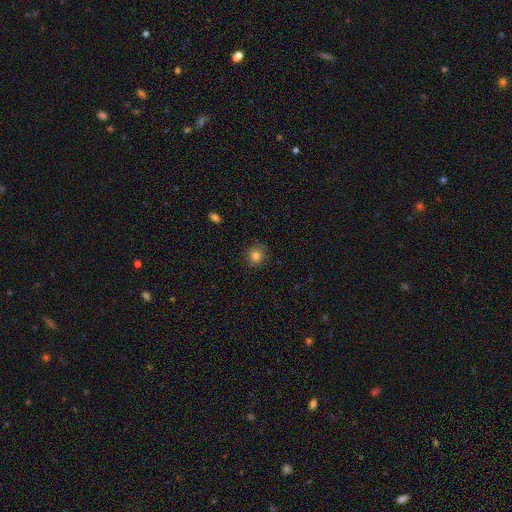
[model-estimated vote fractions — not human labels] A smooth galaxy with no disk features (82%) that is round (84%).

Vote fractions:
- Smooth or featured? smooth: 82% / star or artifact: 12% / featured or disk: 6%
- How rounded? round: 84% / in between: 15% / cigar-shaped: 1%
- Merging? none: 86% / minor disturbance: 11% / major disturbance: 2% / merger: 1%